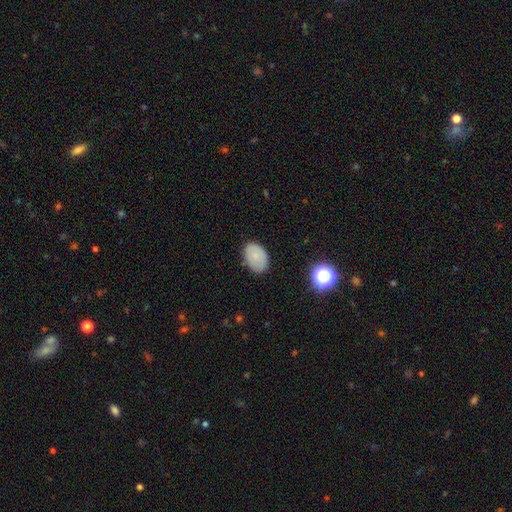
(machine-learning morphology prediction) smooth_or_featured: smooth (p=0.79) [alt: featured or disk p=0.11]
how_rounded: in between (p=0.82) [alt: round p=0.17]
merging: none (p=0.80) [alt: minor disturbance p=0.15]